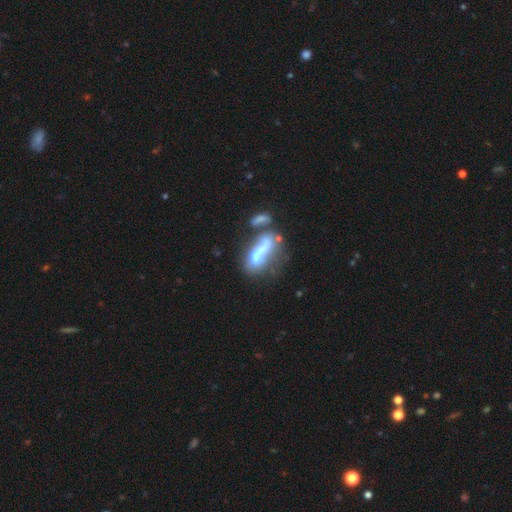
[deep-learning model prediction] smooth 45%, featured or disk 43%, star or artifact 12%. Down the decision tree: merging — merger (49%).